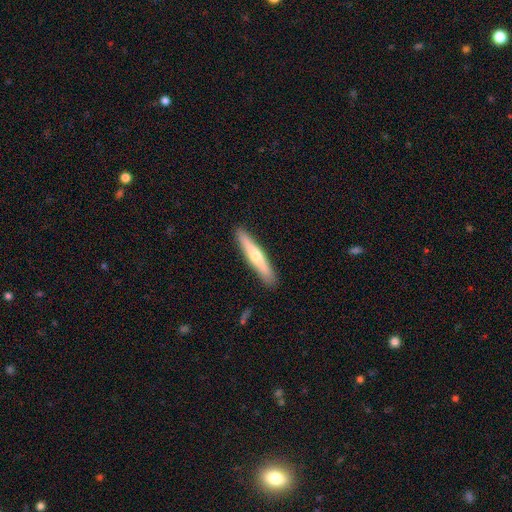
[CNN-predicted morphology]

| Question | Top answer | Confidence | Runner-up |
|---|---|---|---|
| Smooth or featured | smooth | 48% | featured or disk (47%) |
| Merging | none | 91% | minor disturbance (7%) |